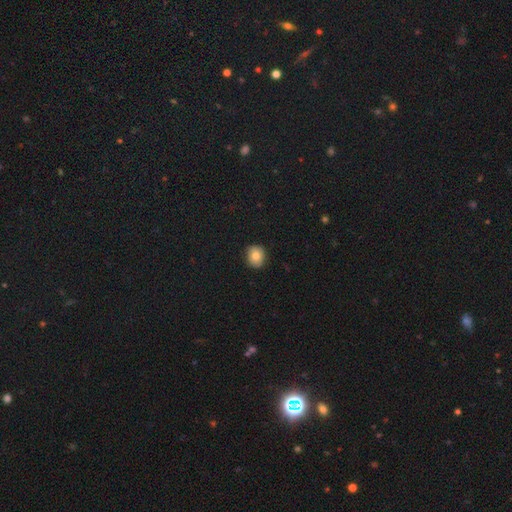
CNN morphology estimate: The model was most divided on "how rounded": round: 77%, in between: 22%, cigar-shaped: 1%. More confident: merging — none (88%); smooth or featured — smooth (78%).